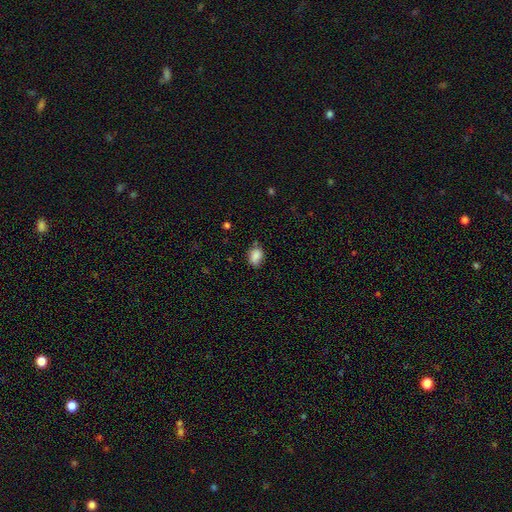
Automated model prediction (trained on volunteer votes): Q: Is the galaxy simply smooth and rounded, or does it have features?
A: smooth — 86%.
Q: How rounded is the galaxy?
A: in between — 66%.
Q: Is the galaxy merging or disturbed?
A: none — 67%.